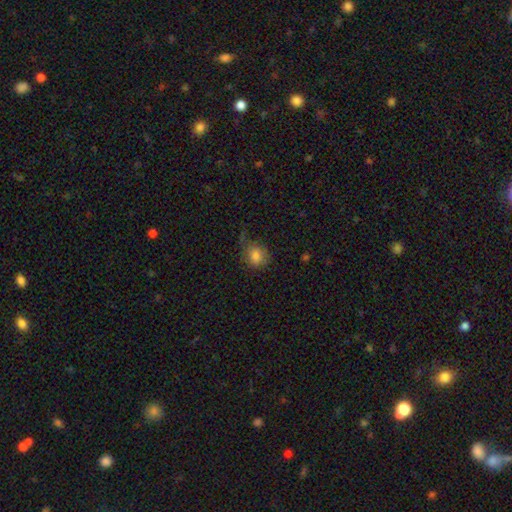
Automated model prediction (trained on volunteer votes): Q: Smooth or featured?
A: smooth (82%); runner-up: star or artifact (11%)
Q: How rounded?
A: round (70%); runner-up: in between (29%)
Q: Merging?
A: none (64%); runner-up: minor disturbance (24%)